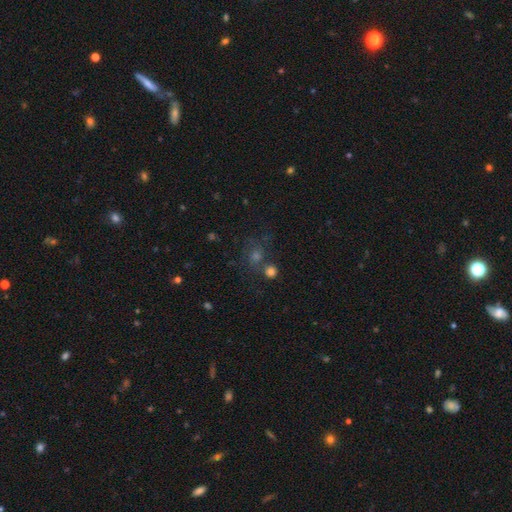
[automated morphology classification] smooth-or-featured: smooth: 45% | star or artifact: 38% | featured or disk: 17%
  merging: none: 59% | merger: 19% | minor disturbance: 13% | major disturbance: 9%